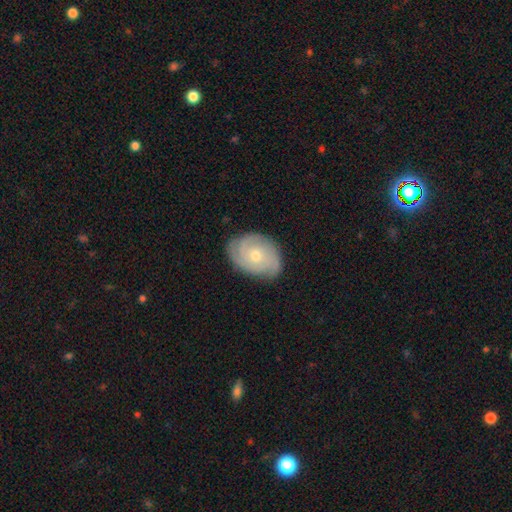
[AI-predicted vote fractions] Smooth or featured? Predicted: featured or disk (p=0.76). Edge-on disk? Predicted: no (p=0.97). Bar? Predicted: no (p=0.77). Spiral arms? Predicted: yes (p=0.94). Spiral winding? Predicted: tight (p=0.67). Spiral arm count? Predicted: 3 (p=0.34). Bulge size? Predicted: moderate (p=0.49). Merging? Predicted: none (p=0.79).